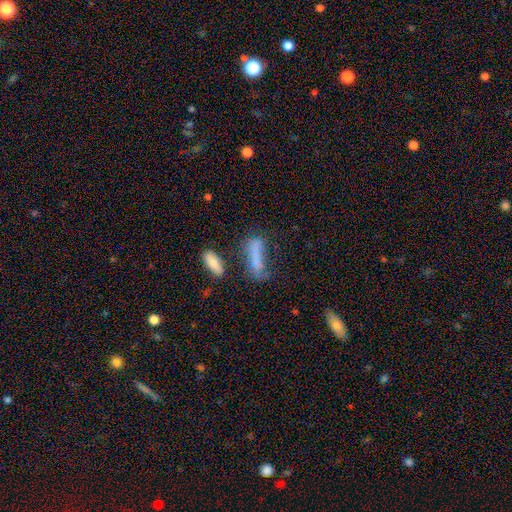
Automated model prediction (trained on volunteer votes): This is likely a smooth galaxy (68%). How rounded: likely cigar-shaped (61%). Merging: marginally none (40%).